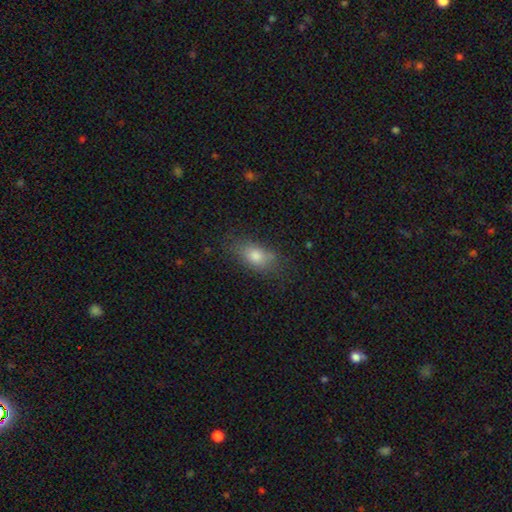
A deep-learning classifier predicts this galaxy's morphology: Smooth or featured?
  - smooth: 79% *
  - featured or disk: 12%
  - star or artifact: 9%
How rounded?
  - in between: 81% *
  - round: 12%
  - cigar-shaped: 8%
Merging?
  - none: 72% *
  - minor disturbance: 19%
  - major disturbance: 6%
  - merger: 2%